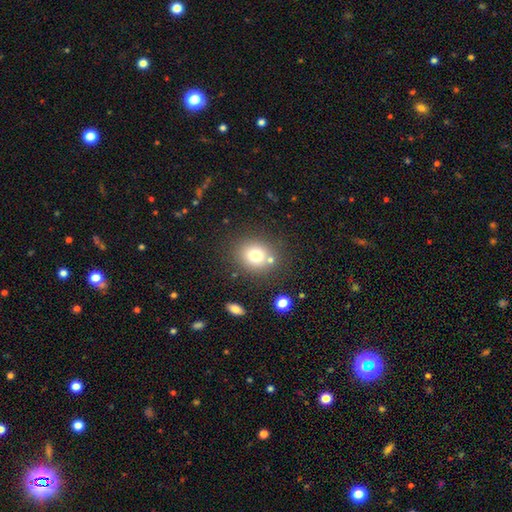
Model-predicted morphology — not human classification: A smooth galaxy with no disk features (74%) that is round (74%). Merging: none (75%).